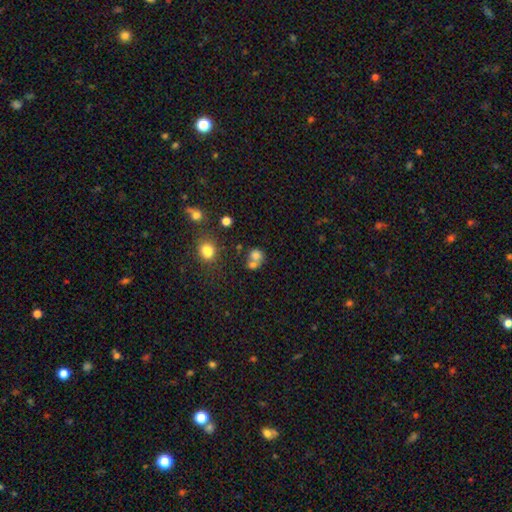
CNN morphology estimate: This is likely a smooth galaxy (72%). How rounded: likely round (74%). Merging: possibly merger (52%).